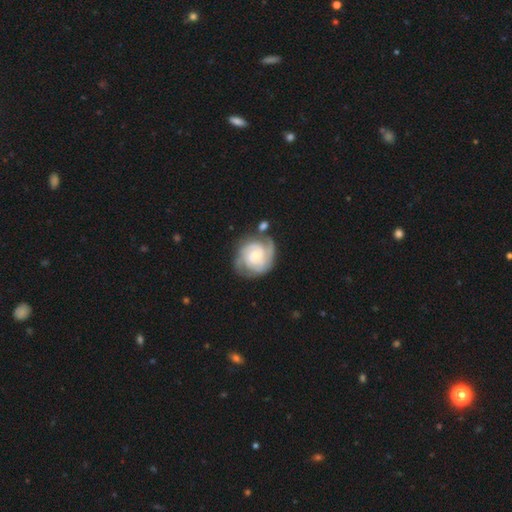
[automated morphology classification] featured or disk 83%, smooth 12%, star or artifact 5%. Down the decision tree: edge-on disk — no (98%); bar — no (68%); spiral arms — yes (96%); spiral arm count — 2 (39%); spiral winding — tight (67%); bulge size — small (62%); merging — none (66%).